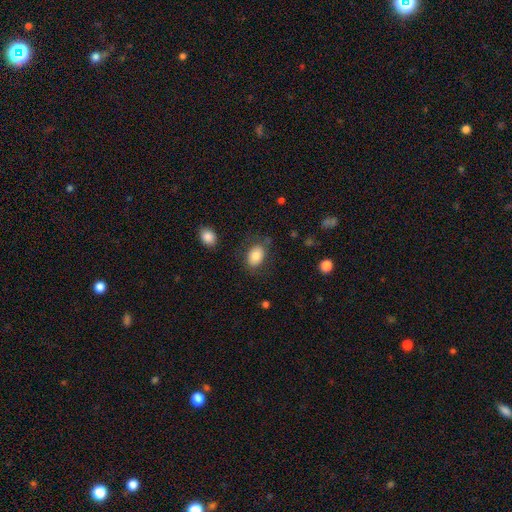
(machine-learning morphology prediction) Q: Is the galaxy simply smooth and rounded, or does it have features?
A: smooth — 83%.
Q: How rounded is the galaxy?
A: in between — 79%.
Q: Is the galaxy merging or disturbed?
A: none — 73%.